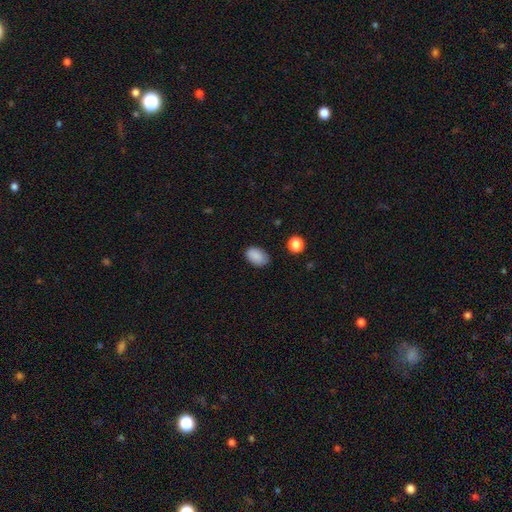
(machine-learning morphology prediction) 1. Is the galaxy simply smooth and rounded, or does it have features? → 88% smooth, 8% star or artifact, 4% featured or disk.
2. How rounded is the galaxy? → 87% in between, 11% round, 1% cigar-shaped.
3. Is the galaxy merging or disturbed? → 79% none, 16% minor disturbance, 3% major disturbance, 1% merger.